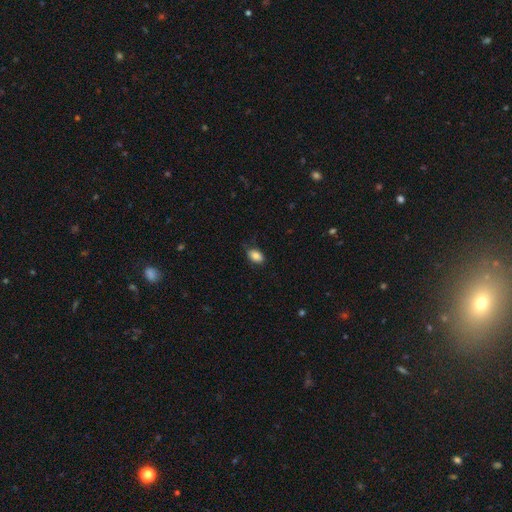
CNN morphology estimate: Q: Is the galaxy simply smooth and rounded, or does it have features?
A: smooth — 84%.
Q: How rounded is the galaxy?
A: in between — 87%.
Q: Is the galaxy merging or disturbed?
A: none — 77%.